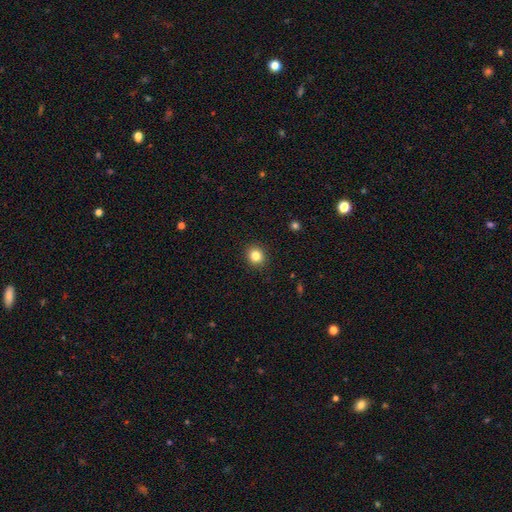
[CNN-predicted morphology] Smooth or featured? smooth (83%)
How rounded? round (85%)
Merging? none (92%)